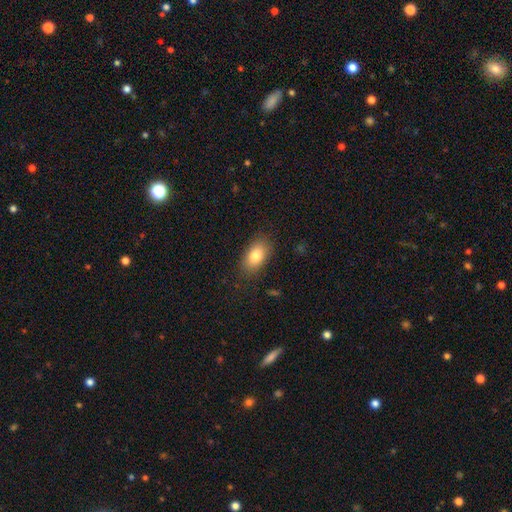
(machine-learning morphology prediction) A smooth galaxy with no disk features (82%) that is in between round and cigar-shaped (90%). Merging: none (83%).